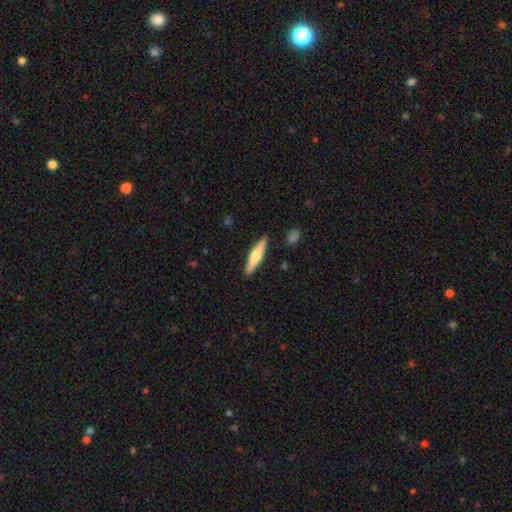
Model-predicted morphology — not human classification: Smooth or featured: featured or disk — 48% (smooth — 47%)
Merging: none — 89% (minor disturbance — 8%)